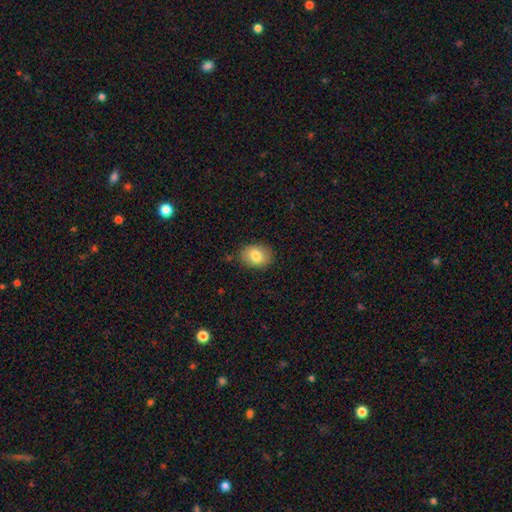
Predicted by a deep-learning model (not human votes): Q: Smooth or featured?
A: smooth (81%); runner-up: featured or disk (11%)
Q: How rounded?
A: in between (65%); runner-up: round (34%)
Q: Merging?
A: none (84%); runner-up: minor disturbance (12%)